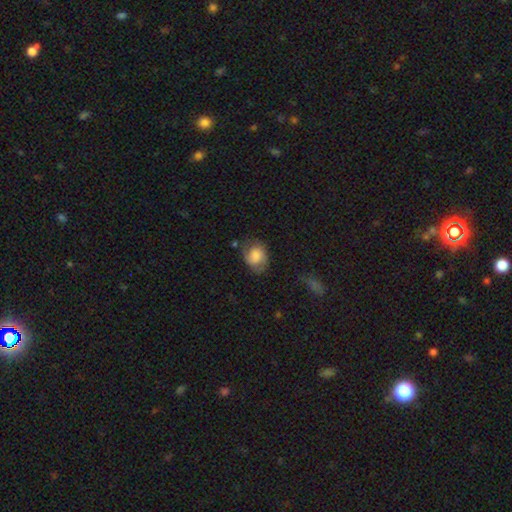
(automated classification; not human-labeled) smooth_or_featured: smooth (p=0.62) [alt: featured or disk p=0.30]
how_rounded: in between (p=0.52) [alt: round p=0.47]
merging: none (p=0.55) [alt: minor disturbance p=0.29]